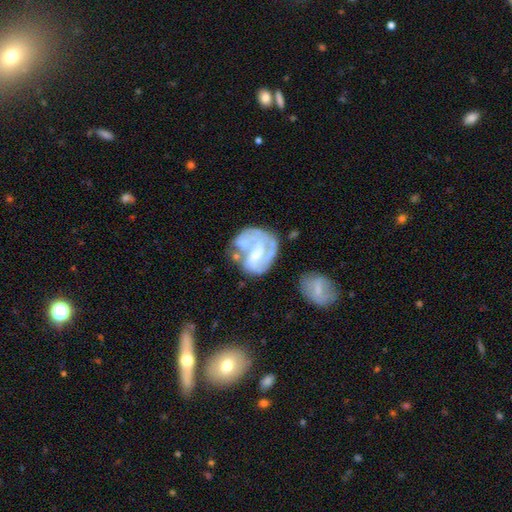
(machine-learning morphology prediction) featured or disk 71%, smooth 22%, star or artifact 7%. Down the decision tree: edge-on disk — no (98%); bar — weak (44%); spiral arms — yes (66%); bulge size — small (37%); merging — none (39%).